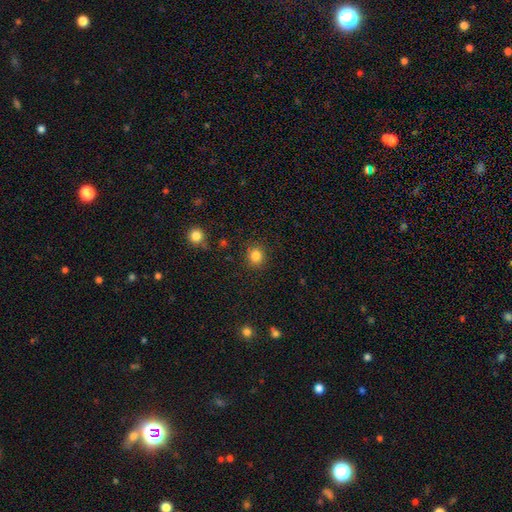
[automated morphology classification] Smooth or featured? Predicted: smooth (p=0.83). How rounded? Predicted: round (p=0.86). Merging? Predicted: none (p=0.87).